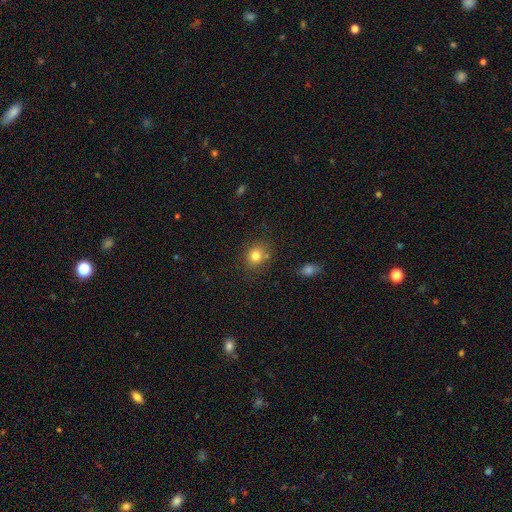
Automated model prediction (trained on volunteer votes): Morphology: type=smooth (81%); roundness=round (73%); merging=none (77%).